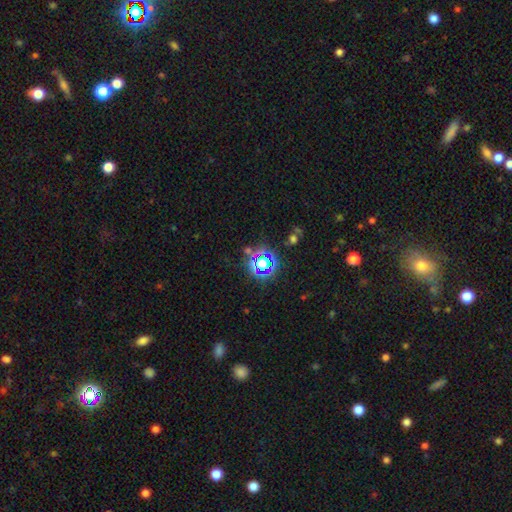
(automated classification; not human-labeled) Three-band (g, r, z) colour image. It shows a star or artifact, not a galaxy (76%).